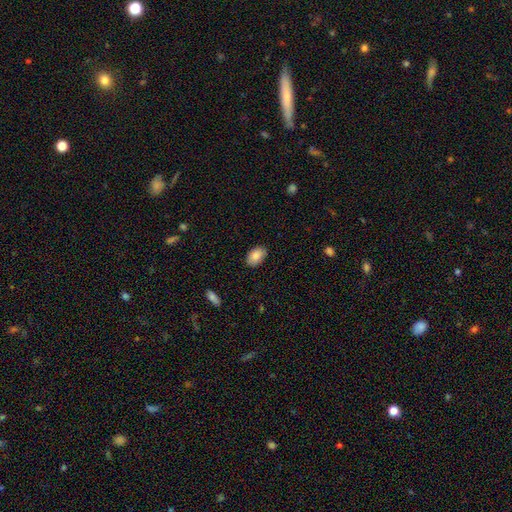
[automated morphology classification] smooth 87%, star or artifact 7%, featured or disk 6%. Down the decision tree: how rounded — in between (90%); merging — none (85%).